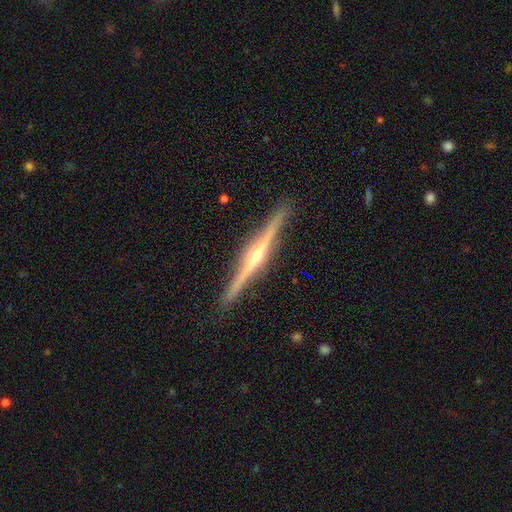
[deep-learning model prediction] Smooth or featured? Predicted: featured or disk (p=0.85). Edge-on disk? Predicted: yes (p=0.99). Edge-on bulge? Predicted: rounded (p=0.85). Merging? Predicted: none (p=0.92).